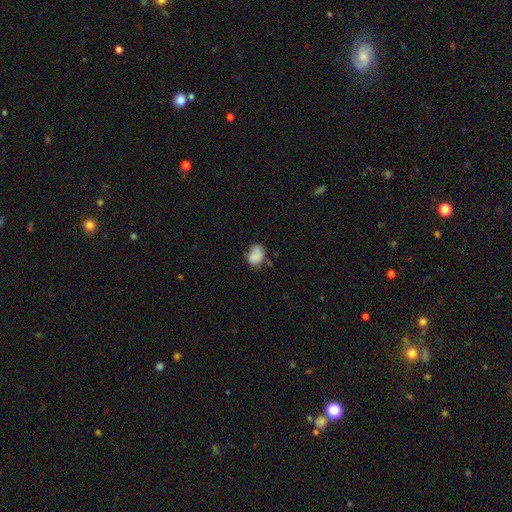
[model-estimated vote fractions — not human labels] Smooth or featured?
  - smooth: 81% *
  - featured or disk: 10%
  - star or artifact: 9%
How rounded?
  - in between: 67% *
  - round: 32%
  - cigar-shaped: 1%
Merging?
  - none: 56% *
  - minor disturbance: 29%
  - major disturbance: 8%
  - merger: 7%